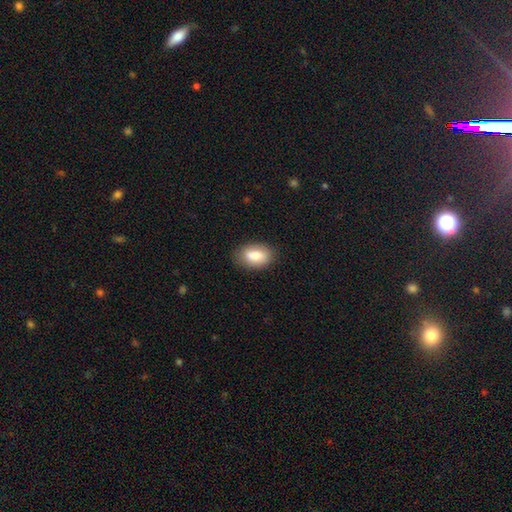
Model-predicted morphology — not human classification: Overall: smooth (84%). How rounded: in between (90%). Merging: none (80%).